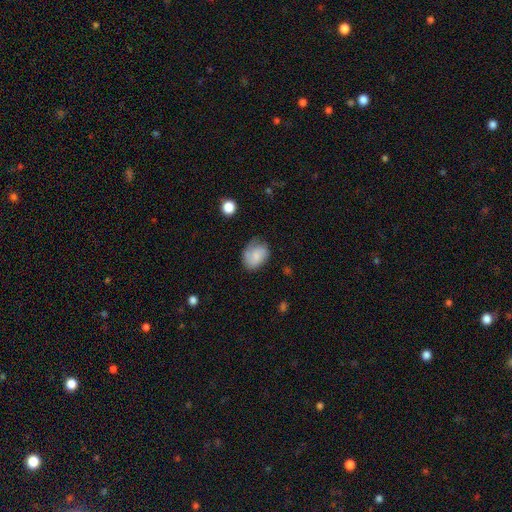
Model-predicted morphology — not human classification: This is likely a smooth galaxy (66%). How rounded: likely in between (62%). Merging: possibly none (55%).